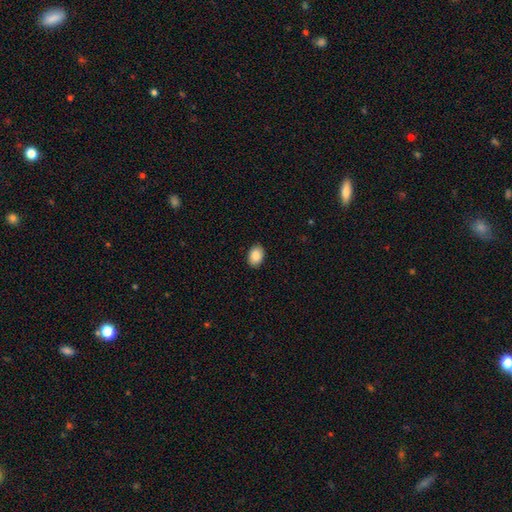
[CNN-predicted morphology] Overall: smooth (89%). How rounded: in between (80%). Merging: none (90%).